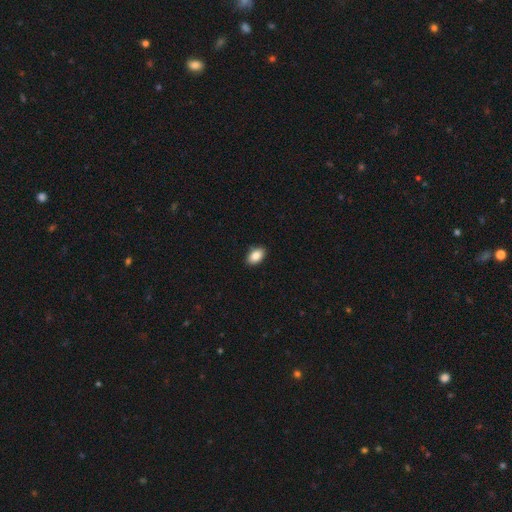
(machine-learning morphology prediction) smooth_or_featured: smooth (p=0.87) [alt: star or artifact p=0.08]
how_rounded: in between (p=0.90) [alt: round p=0.08]
merging: none (p=0.88) [alt: minor disturbance p=0.09]